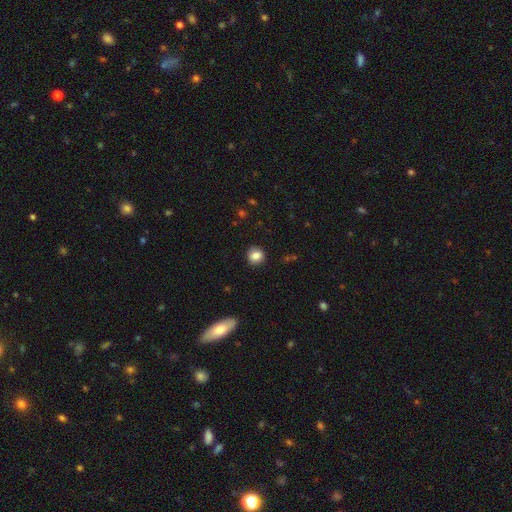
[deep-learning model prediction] This appears to be a smooth galaxy with no disk features (84%) that is round (86%). Merging: none (89%).